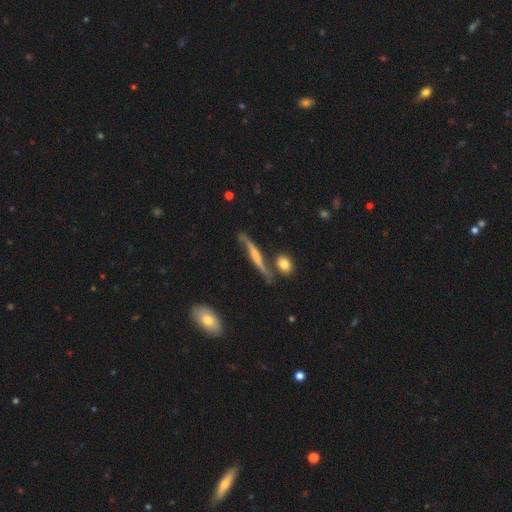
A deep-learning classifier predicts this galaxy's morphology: featured or disk 67%, smooth 26%, star or artifact 7%. Down the decision tree: edge-on disk — yes (70%); merging — none (64%).